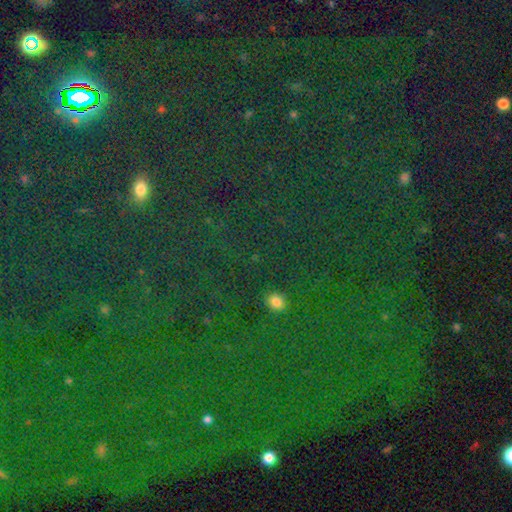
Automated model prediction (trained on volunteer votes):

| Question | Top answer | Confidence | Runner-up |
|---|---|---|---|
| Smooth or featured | star or artifact | 75% | smooth (17%) |